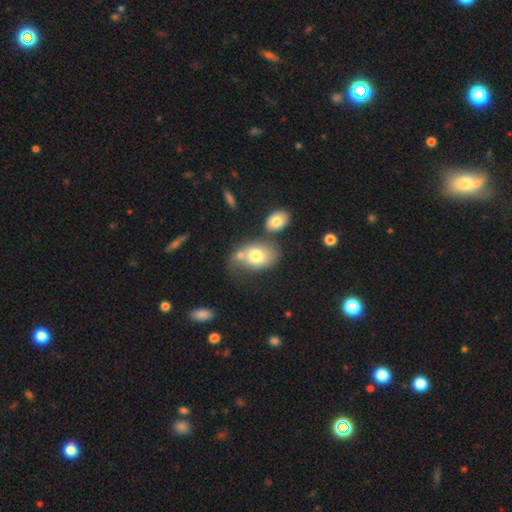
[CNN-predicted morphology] The model was most divided on "merging": none: 42%, merger: 28%, minor disturbance: 19%, major disturbance: 11%. More confident: how rounded — in between (75%); smooth or featured — smooth (70%).